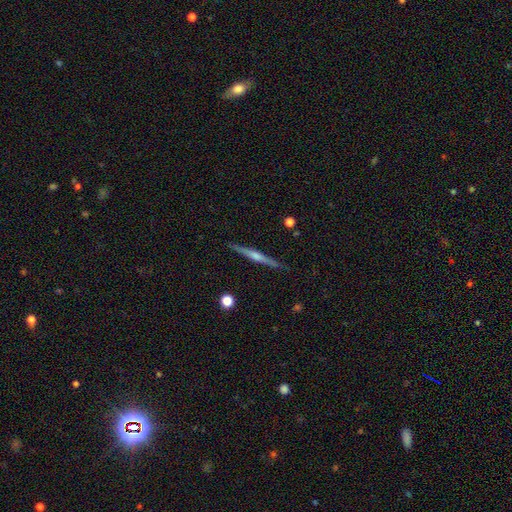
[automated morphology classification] featured or disk 80%, smooth 14%, star or artifact 6%. Down the decision tree: edge-on disk — yes (98%); edge-on bulge — rounded (83%); merging — none (92%).